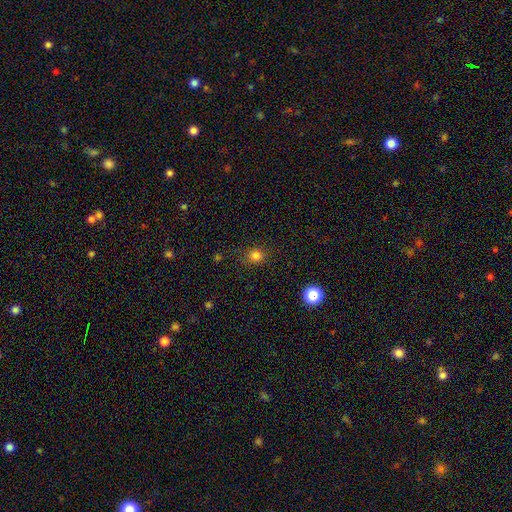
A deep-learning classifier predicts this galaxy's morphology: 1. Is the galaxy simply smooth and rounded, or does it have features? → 81% smooth, 15% star or artifact, 5% featured or disk.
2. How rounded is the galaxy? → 78% round, 21% in between, 1% cigar-shaped.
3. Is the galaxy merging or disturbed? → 84% none, 11% minor disturbance, 4% major disturbance, 1% merger.